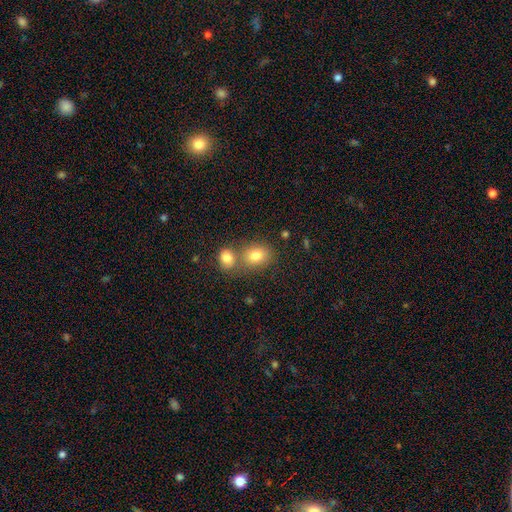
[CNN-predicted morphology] Q: Smooth or featured?
A: smooth (80%); runner-up: star or artifact (11%)
Q: How rounded?
A: round (53%); runner-up: in between (46%)
Q: Merging?
A: none (50%); runner-up: merger (37%)